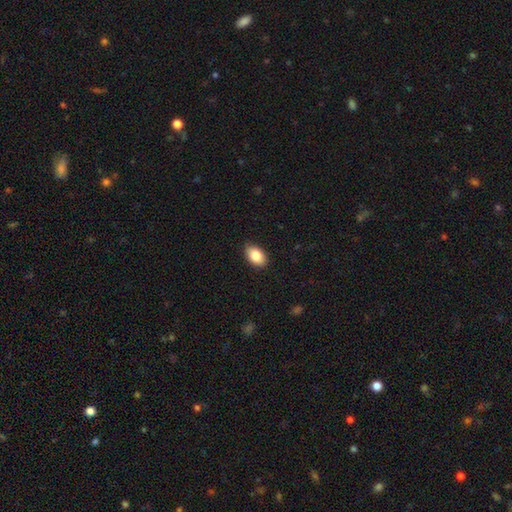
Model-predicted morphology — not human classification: Q: Smooth or featured?
A: smooth (86%); runner-up: star or artifact (7%)
Q: How rounded?
A: in between (90%); runner-up: round (9%)
Q: Merging?
A: none (85%); runner-up: minor disturbance (12%)